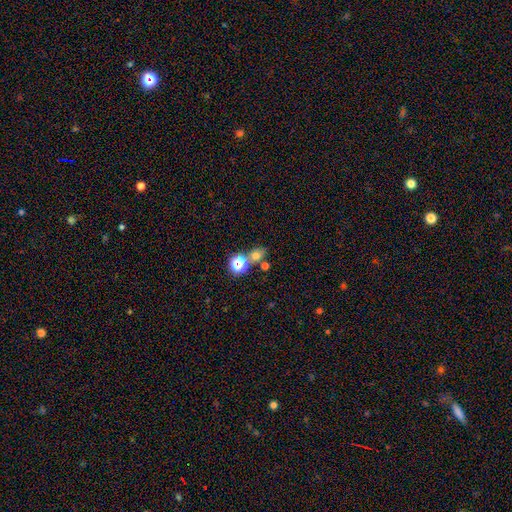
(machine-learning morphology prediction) Q: Smooth or featured?
A: smooth (59%); runner-up: star or artifact (30%)
Q: How rounded?
A: round (59%); runner-up: in between (39%)
Q: Merging?
A: none (60%); runner-up: merger (25%)